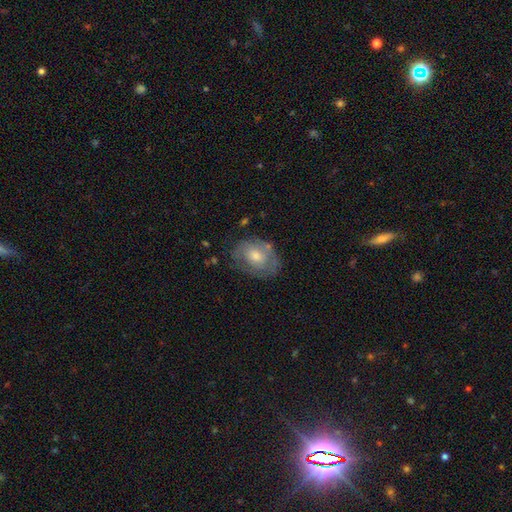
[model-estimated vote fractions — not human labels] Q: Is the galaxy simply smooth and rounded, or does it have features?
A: featured or disk — 47%.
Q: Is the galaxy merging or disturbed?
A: none — 64%.